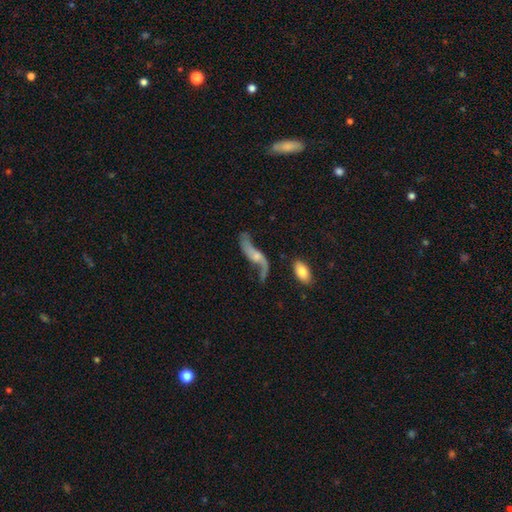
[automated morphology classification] A featured or disk galaxy (79%) with no bar (58%), 2 (88%) loose (92%) spiral arms (89%) and a small central bulge (50%). Merging: none (50%).